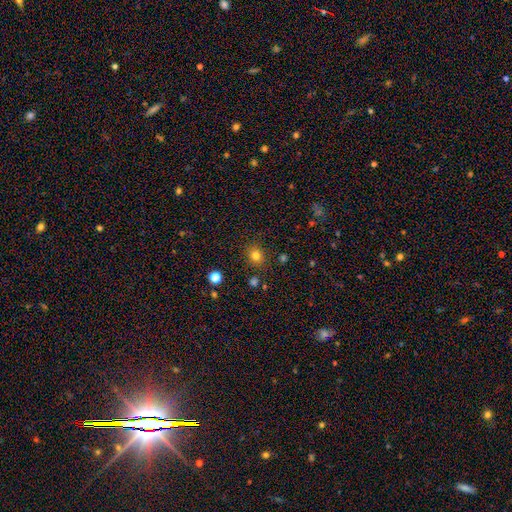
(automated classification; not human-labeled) This is clearly a smooth galaxy (80%). How rounded: likely round (79%). Merging: clearly none (88%).